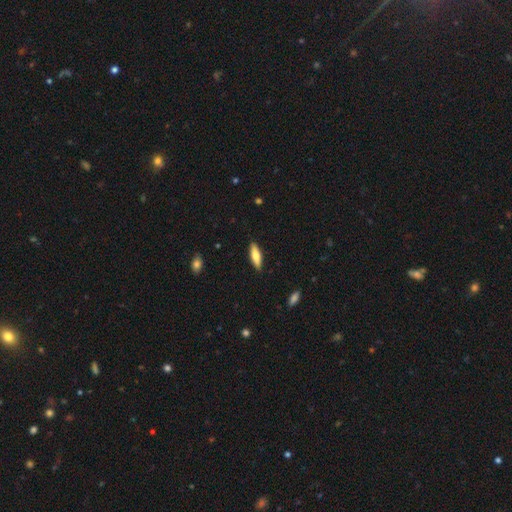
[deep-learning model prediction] Smooth or featured?
  - smooth: 74% *
  - featured or disk: 20%
  - star or artifact: 6%
How rounded?
  - cigar-shaped: 51% *
  - in between: 48%
  - round: 2%
Merging?
  - none: 88% *
  - minor disturbance: 9%
  - major disturbance: 2%
  - merger: 1%